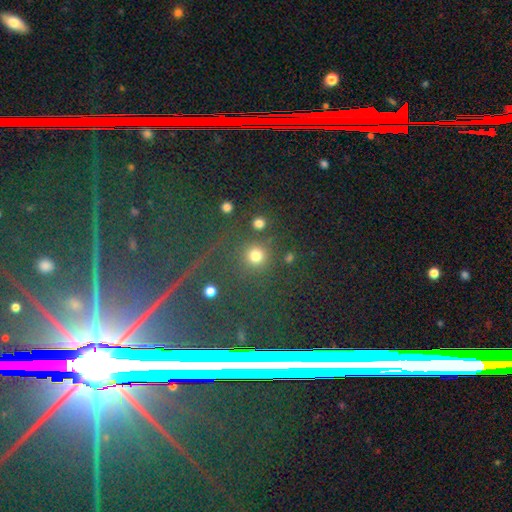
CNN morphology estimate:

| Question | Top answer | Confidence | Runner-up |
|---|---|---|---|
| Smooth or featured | smooth | 75% | star or artifact (19%) |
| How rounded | round | 93% | in between (6%) |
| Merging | none | 78% | merger (9%) |